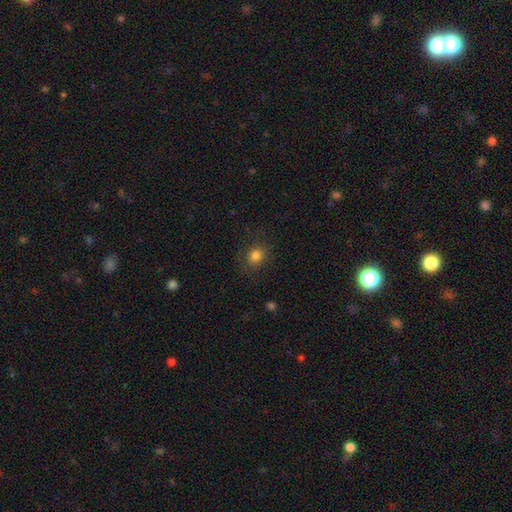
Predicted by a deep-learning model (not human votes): The model was most divided on "how rounded": round: 73%, in between: 26%, cigar-shaped: 1%. More confident: merging — none (84%); smooth or featured — smooth (82%).